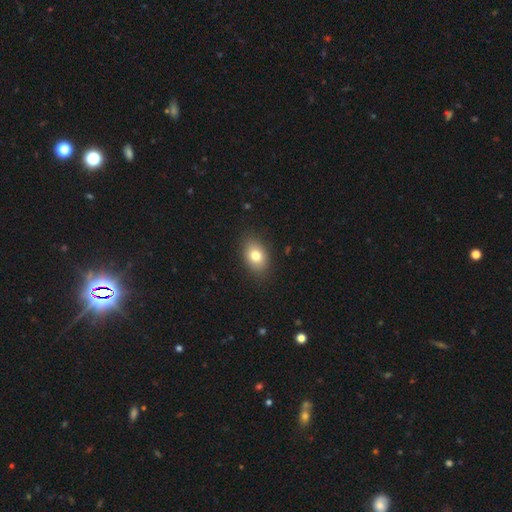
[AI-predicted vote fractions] The model was most divided on "how rounded": in between: 79%, round: 19%, cigar-shaped: 1%. More confident: merging — none (87%); smooth or featured — smooth (78%).